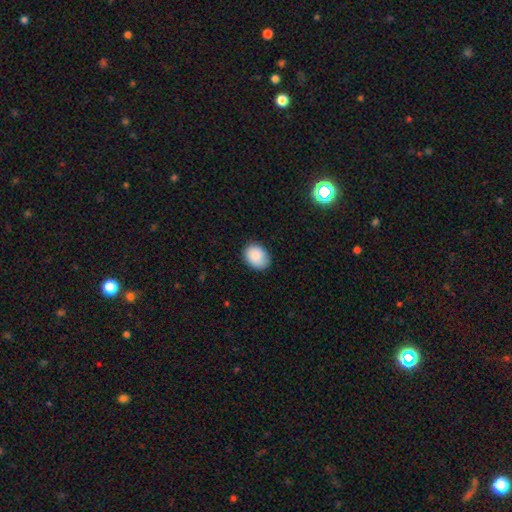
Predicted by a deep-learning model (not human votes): Morphology: type=smooth (89%); roundness=in between (58%); merging=none (82%).